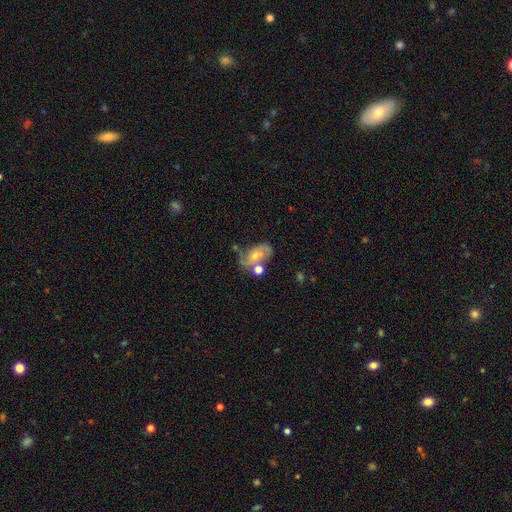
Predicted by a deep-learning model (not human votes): smooth_or_featured: featured or disk (p=0.64) [alt: smooth p=0.26]
disk_edge_on: no (p=0.96) [alt: yes p=0.04]
bar: no (p=0.64) [alt: weak p=0.30]
has_spiral_arms: yes (p=0.84) [alt: no p=0.16]
spiral_winding: loose (p=0.43) [alt: medium p=0.41]
spiral_arm_count: 2 (p=0.78) [alt: can't tell p=0.10]
bulge_size: small (p=0.56) [alt: moderate p=0.34]
merging: none (p=0.39) [alt: merger p=0.23]